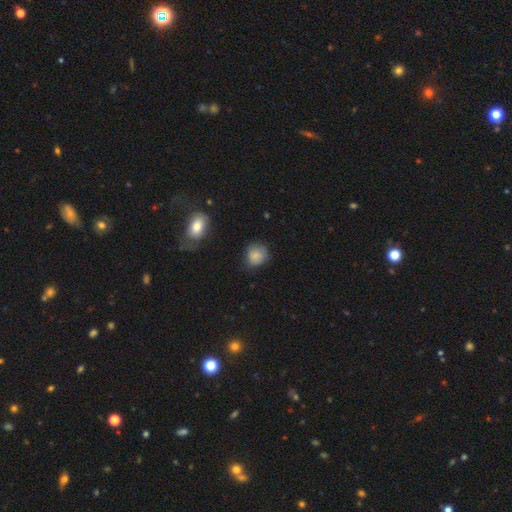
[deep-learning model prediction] A smooth galaxy with no disk features (82%) that is round (75%).

Vote fractions:
- Smooth or featured? smooth: 82% / featured or disk: 9% / star or artifact: 9%
- How rounded? round: 75% / in between: 24% / cigar-shaped: 1%
- Merging? none: 69% / minor disturbance: 24% / major disturbance: 6% / merger: 2%